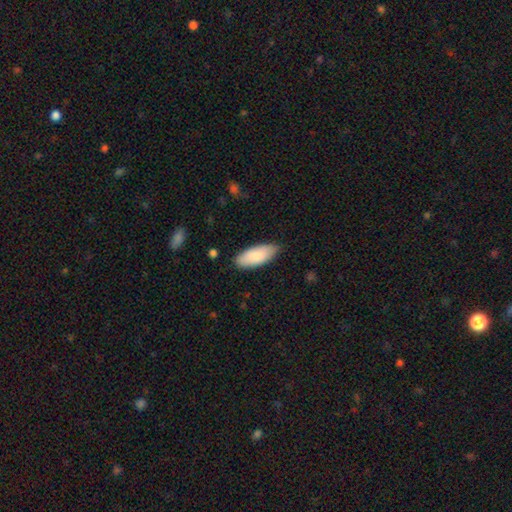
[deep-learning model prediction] smooth 86%, featured or disk 9%, star or artifact 5%. Down the decision tree: how rounded — in between (83%); merging — none (81%).